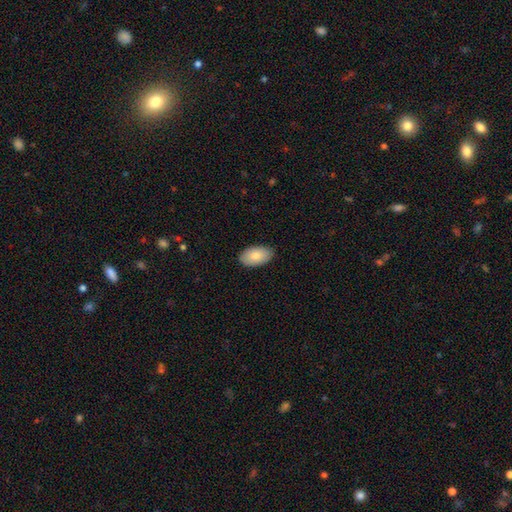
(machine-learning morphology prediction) This appears to be a smooth galaxy with no disk features (82%) that is in between round and cigar-shaped (95%). Merging: none (86%).